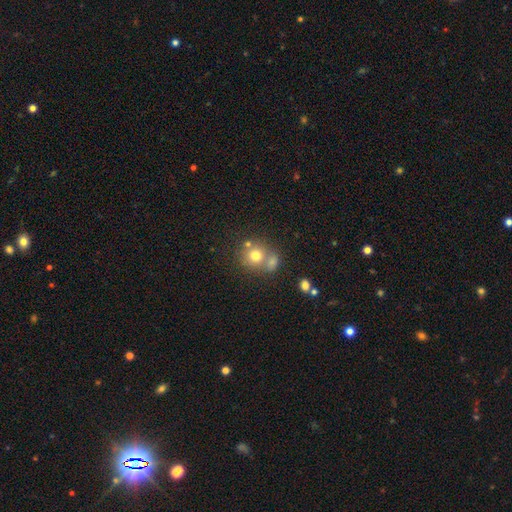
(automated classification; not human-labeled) Smooth or featured? Predicted: smooth (p=0.72). How rounded? Predicted: round (p=0.85). Merging? Predicted: none (p=0.52).